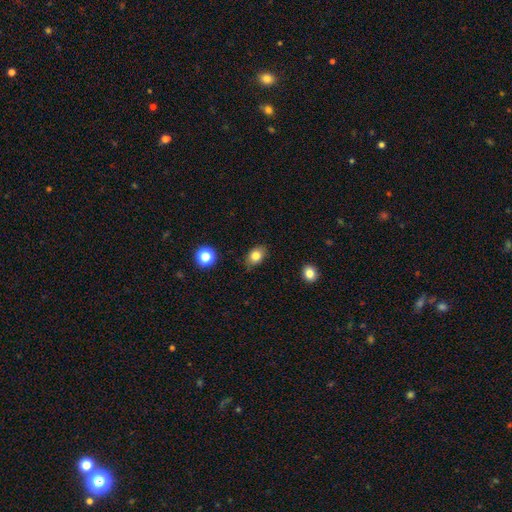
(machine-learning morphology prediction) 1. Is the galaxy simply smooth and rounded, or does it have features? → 82% smooth, 10% star or artifact, 8% featured or disk.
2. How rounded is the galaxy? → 69% in between, 29% round, 1% cigar-shaped.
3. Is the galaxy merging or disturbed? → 80% none, 15% minor disturbance, 3% major disturbance, 2% merger.